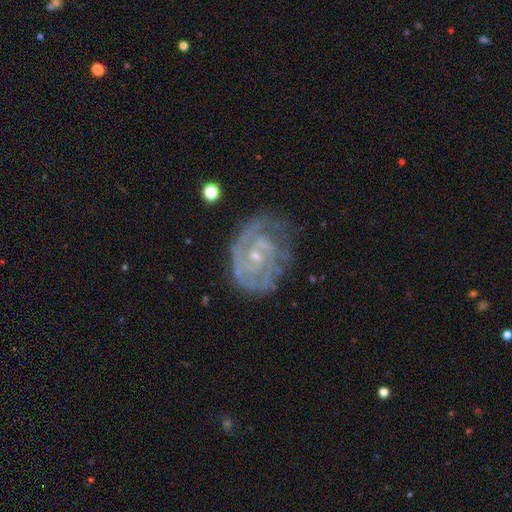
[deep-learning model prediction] featured or disk 88%, smooth 6%, star or artifact 6%. Down the decision tree: edge-on disk — no (98%); bar — no (63%); spiral arms — yes (96%); spiral arm count — 2 (46%); spiral winding — tight (66%); bulge size — small (75%); merging — none (67%).